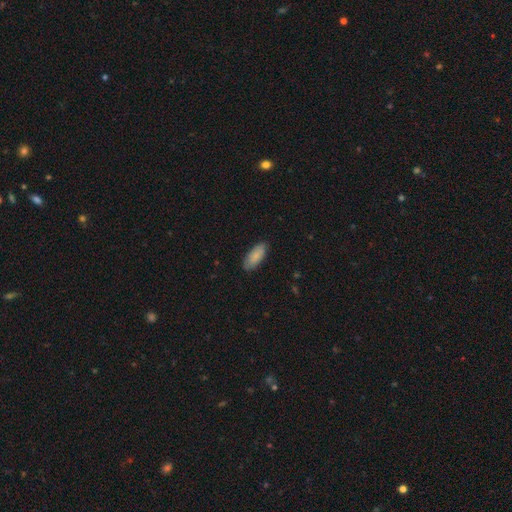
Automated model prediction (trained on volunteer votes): A smooth galaxy with no disk features (82%) that is in between round and cigar-shaped (86%).

Vote fractions:
- Smooth or featured? smooth: 82% / featured or disk: 12% / star or artifact: 6%
- How rounded? in between: 86% / cigar-shaped: 12% / round: 2%
- Merging? none: 85% / minor disturbance: 12% / major disturbance: 2% / merger: 1%